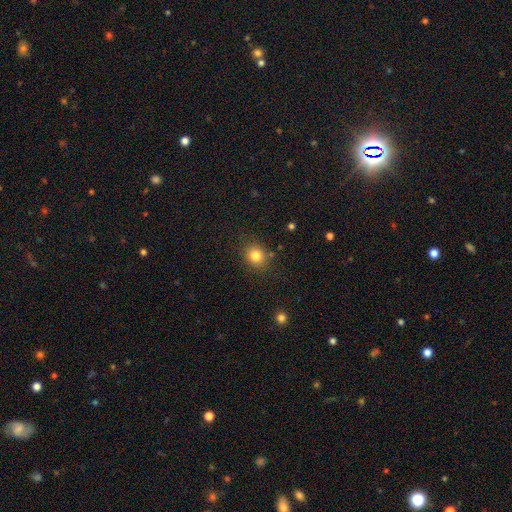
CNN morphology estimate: A smooth galaxy with no disk features (82%) that is round (74%). Merging: none (84%).